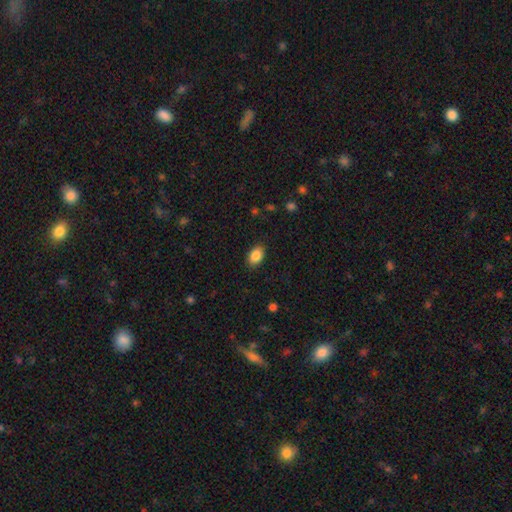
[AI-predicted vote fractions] smooth 87%, star or artifact 8%, featured or disk 5%. Down the decision tree: how rounded — in between (87%); merging — none (88%).